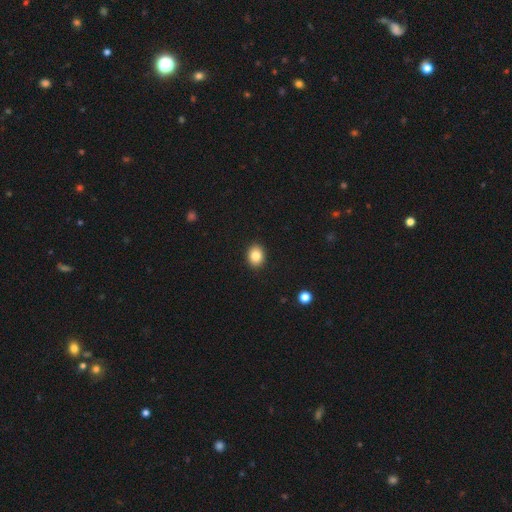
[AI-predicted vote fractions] Smooth or featured? smooth (84%)
How rounded? round (50%)
Merging? none (91%)